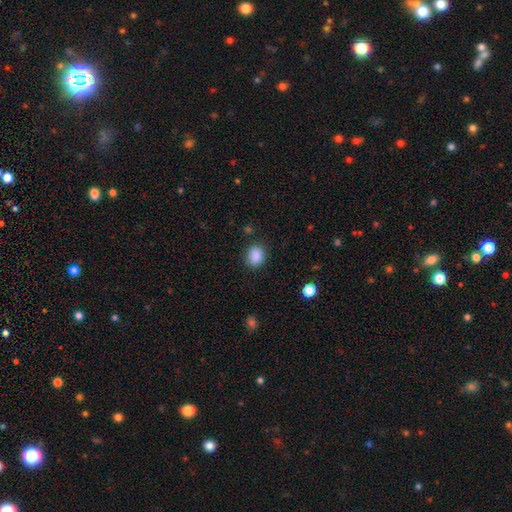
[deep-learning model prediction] Smooth or featured?
  - smooth: 87% *
  - star or artifact: 9%
  - featured or disk: 3%
How rounded?
  - round: 51% *
  - in between: 48%
  - cigar-shaped: 1%
Merging?
  - none: 82% *
  - minor disturbance: 12%
  - major disturbance: 4%
  - merger: 2%